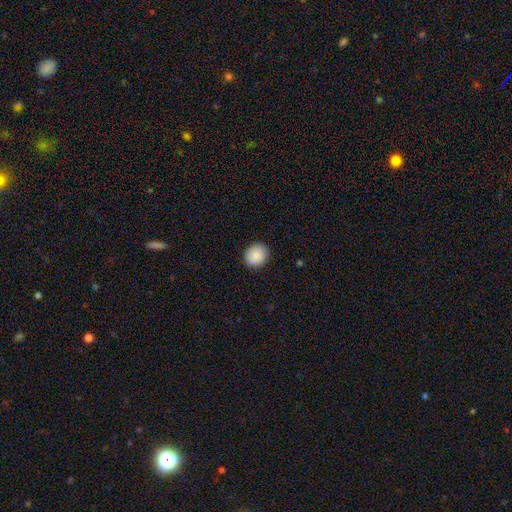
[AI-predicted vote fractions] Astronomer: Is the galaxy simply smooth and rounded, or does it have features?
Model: smooth — 90%.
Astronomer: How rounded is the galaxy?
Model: round — 65%.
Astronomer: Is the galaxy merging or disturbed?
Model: none — 90%.